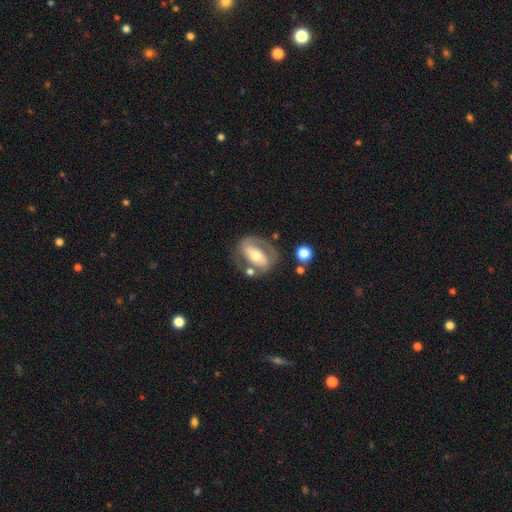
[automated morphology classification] The model was most divided on "bar": strong: 44%, no: 30%, weak: 26%. More confident: edge-on disk — no (93%); smooth or featured — featured or disk (68%); bulge size — moderate (65%); spiral arms — yes (61%); merging — none (59%).